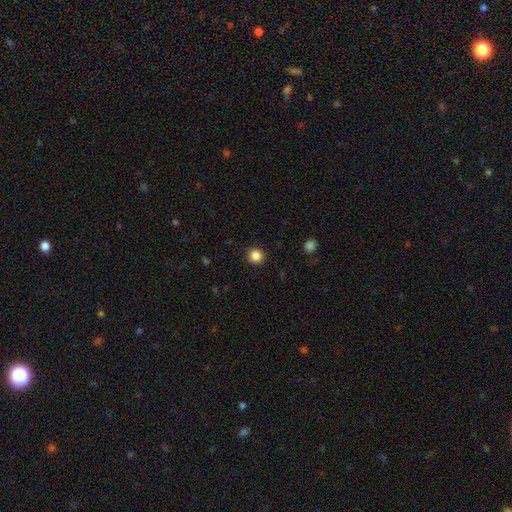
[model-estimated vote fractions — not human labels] The model was most divided on "smooth or featured": smooth: 86%, star or artifact: 11%, featured or disk: 3%. More confident: how rounded — round (94%); merging — none (92%).